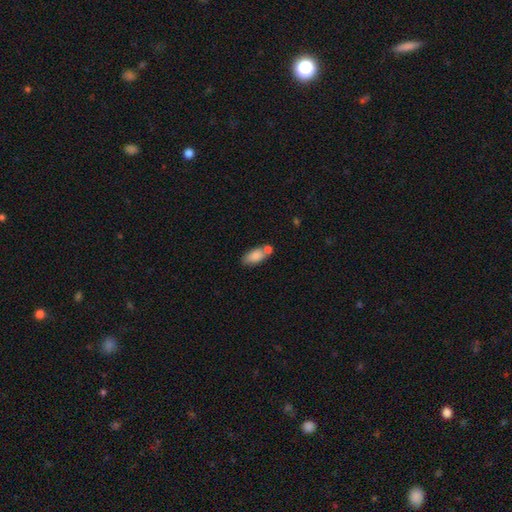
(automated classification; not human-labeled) A smooth galaxy with no disk features (82%) that is in between round and cigar-shaped (88%).

Vote fractions:
- Smooth or featured? smooth: 82% / featured or disk: 10% / star or artifact: 8%
- How rounded? in between: 88% / cigar-shaped: 8% / round: 4%
- Merging? none: 52% / merger: 29% / minor disturbance: 15% / major disturbance: 4%